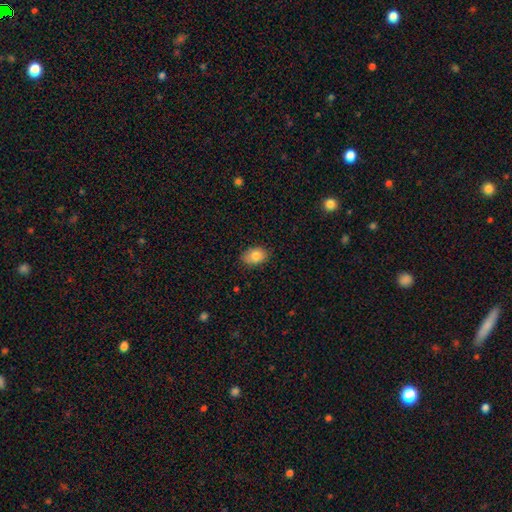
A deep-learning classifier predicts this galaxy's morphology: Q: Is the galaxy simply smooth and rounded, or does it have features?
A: smooth — 84%.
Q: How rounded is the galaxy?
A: in between — 81%.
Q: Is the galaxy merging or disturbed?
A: none — 82%.